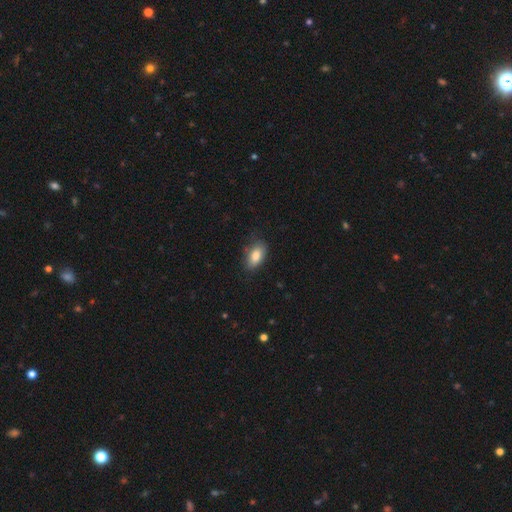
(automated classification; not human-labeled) Overall: smooth (84%). How rounded: in between (90%). Merging: none (73%).